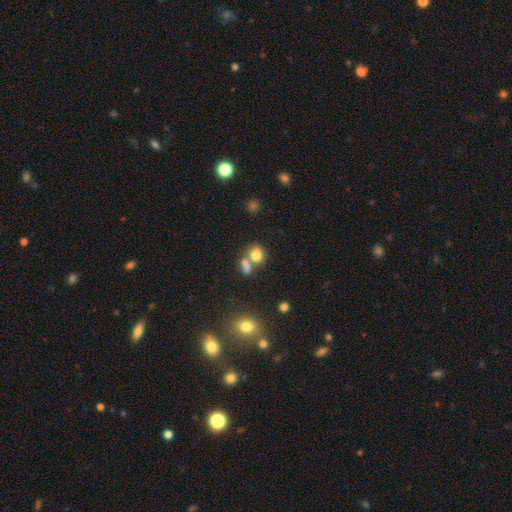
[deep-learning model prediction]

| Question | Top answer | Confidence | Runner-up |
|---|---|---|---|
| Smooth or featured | smooth | 78% | star or artifact (12%) |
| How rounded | round | 59% | in between (39%) |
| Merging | none | 43% | merger (42%) |